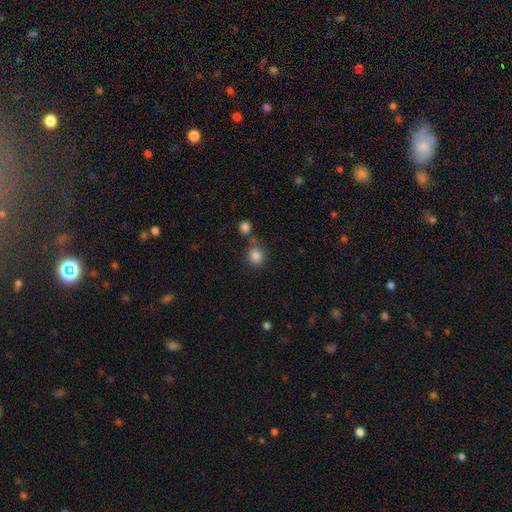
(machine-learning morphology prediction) smooth_or_featured: smooth (p=0.85) [alt: star or artifact p=0.10]
how_rounded: round (p=0.85) [alt: in between p=0.14]
merging: none (p=0.67) [alt: merger p=0.18]